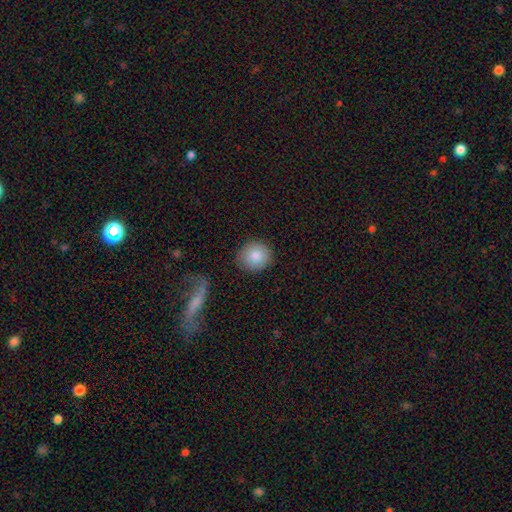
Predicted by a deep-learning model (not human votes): The model was most divided on "merging": none: 87%, minor disturbance: 9%, major disturbance: 2%, merger: 2%. More confident: how rounded — round (89%); smooth or featured — smooth (85%).